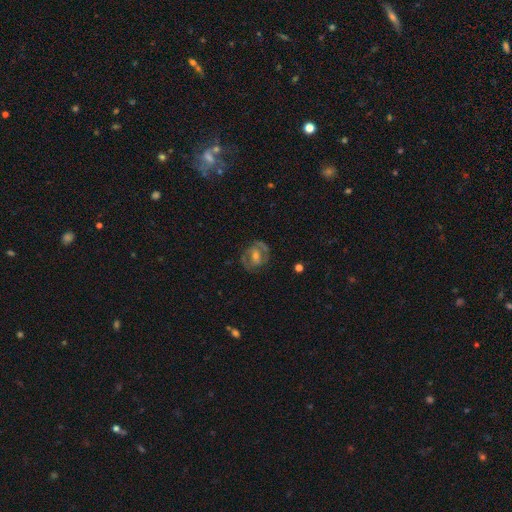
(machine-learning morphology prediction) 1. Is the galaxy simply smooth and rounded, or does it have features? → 66% featured or disk, 27% smooth, 7% star or artifact.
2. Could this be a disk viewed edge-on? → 95% no, 5% yes.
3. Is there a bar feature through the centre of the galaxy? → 39% weak, 35% no, 26% strong.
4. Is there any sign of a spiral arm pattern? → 56% yes, 44% no.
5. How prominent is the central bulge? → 55% moderate, 34% small, 7% large, 3% none, 1% dominant.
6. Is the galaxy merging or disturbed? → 70% none, 17% minor disturbance, 11% major disturbance, 2% merger.